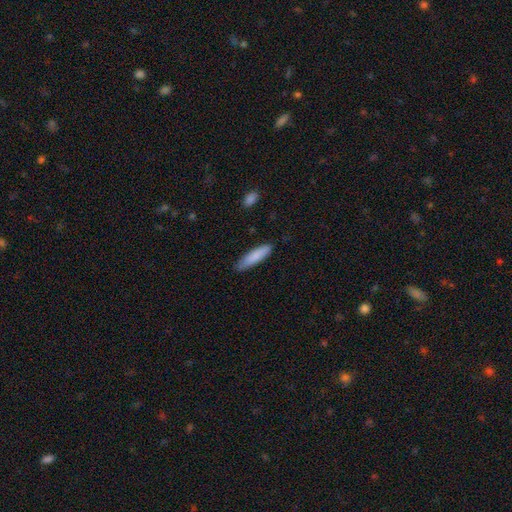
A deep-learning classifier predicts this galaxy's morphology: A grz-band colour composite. It shows a smooth galaxy with no disk features (85%) that is cigar-shaped (74%). Merging: none (81%).